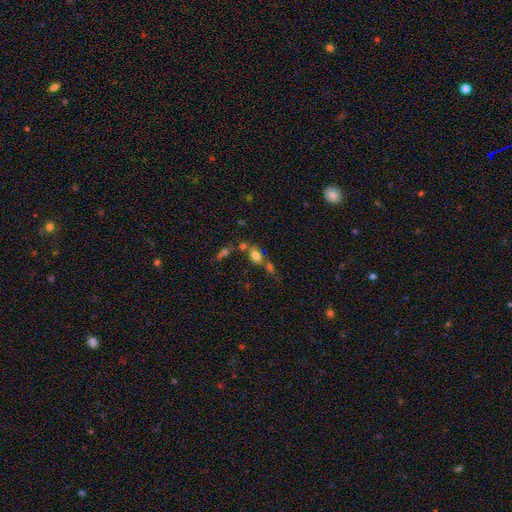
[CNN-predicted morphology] This appears to be a smooth galaxy with no disk features (72%) that is in between round and cigar-shaped (72%). Merging: none (50%).